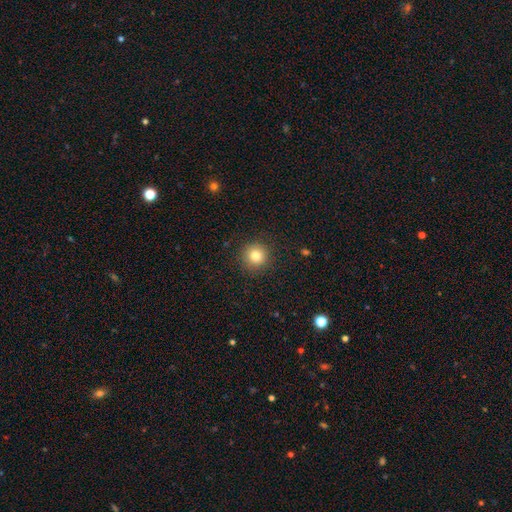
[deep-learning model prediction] smooth 81%, star or artifact 12%, featured or disk 7%. Down the decision tree: how rounded — round (95%); merging — none (90%).